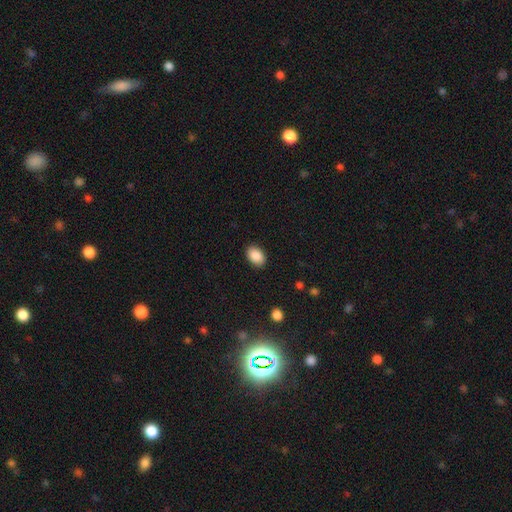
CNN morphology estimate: Smooth or featured? Predicted: smooth (p=0.89). How rounded? Predicted: in between (p=0.86). Merging? Predicted: none (p=0.89).